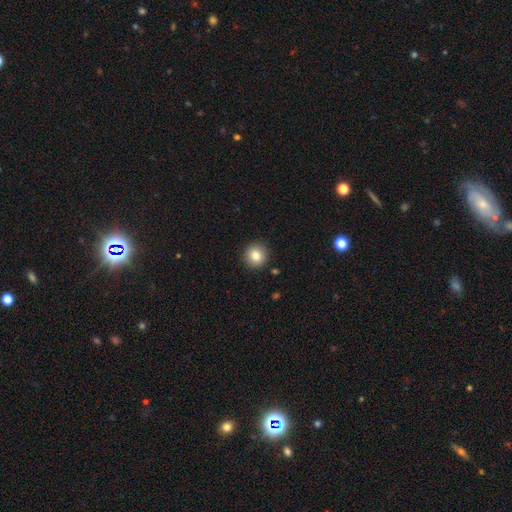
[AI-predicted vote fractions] Q: Smooth or featured?
A: smooth (82%); runner-up: star or artifact (10%)
Q: How rounded?
A: round (94%); runner-up: in between (5%)
Q: Merging?
A: none (91%); runner-up: minor disturbance (6%)